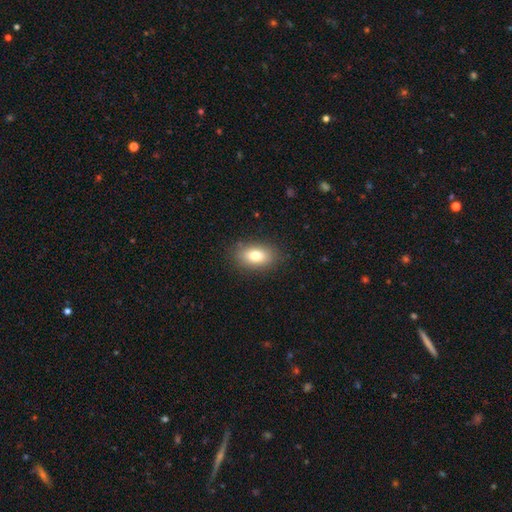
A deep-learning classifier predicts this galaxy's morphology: This appears to be a smooth galaxy with no disk features (78%) that is in between round and cigar-shaped (86%). Merging: none (86%).